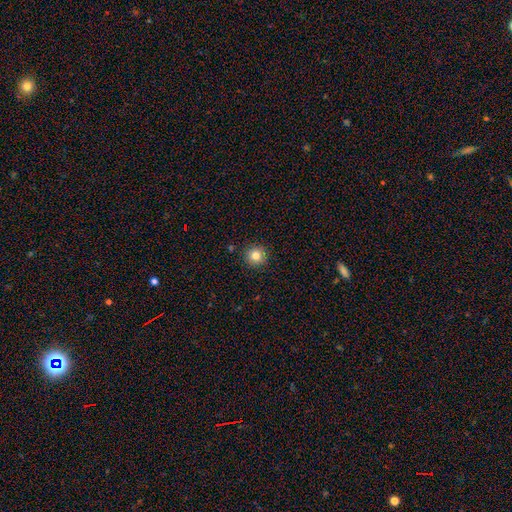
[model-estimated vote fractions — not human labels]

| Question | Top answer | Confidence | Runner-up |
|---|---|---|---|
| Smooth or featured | smooth | 81% | star or artifact (11%) |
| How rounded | round | 95% | in between (4%) |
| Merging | none | 92% | minor disturbance (5%) |